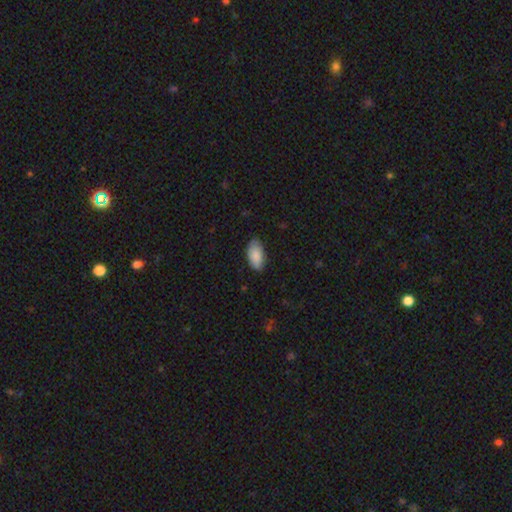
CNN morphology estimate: This appears to be a smooth galaxy with no disk features (88%) that is in between round and cigar-shaped (95%). Merging: none (79%).